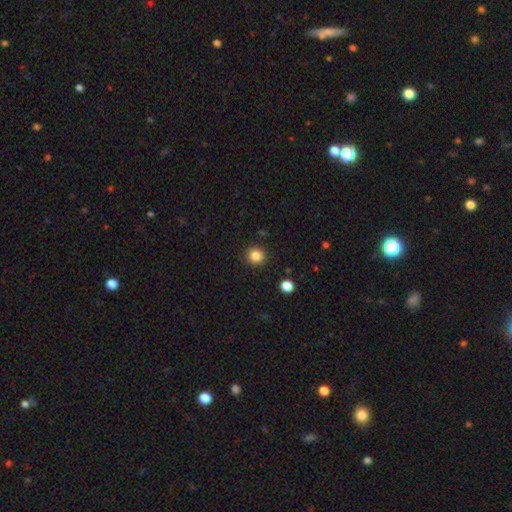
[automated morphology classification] Smooth or featured?
  - smooth: 84% *
  - star or artifact: 11%
  - featured or disk: 5%
How rounded?
  - round: 93% *
  - in between: 6%
  - cigar-shaped: 1%
Merging?
  - none: 92% *
  - minor disturbance: 5%
  - major disturbance: 2%
  - merger: 1%